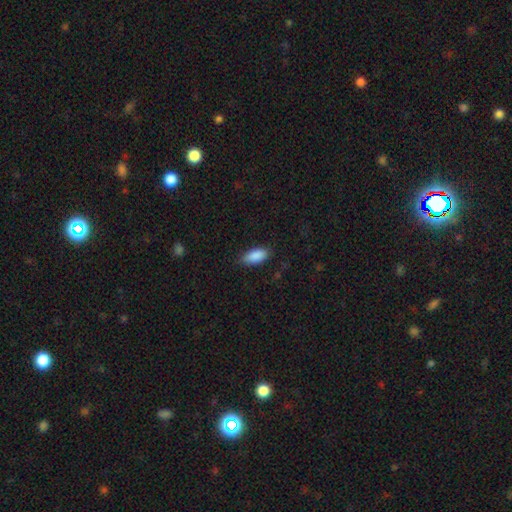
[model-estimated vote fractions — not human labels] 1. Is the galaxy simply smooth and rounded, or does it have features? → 89% smooth, 7% star or artifact, 4% featured or disk.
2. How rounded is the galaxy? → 89% in between, 9% cigar-shaped, 2% round.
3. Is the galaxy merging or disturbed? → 82% none, 14% minor disturbance, 3% major disturbance, 1% merger.